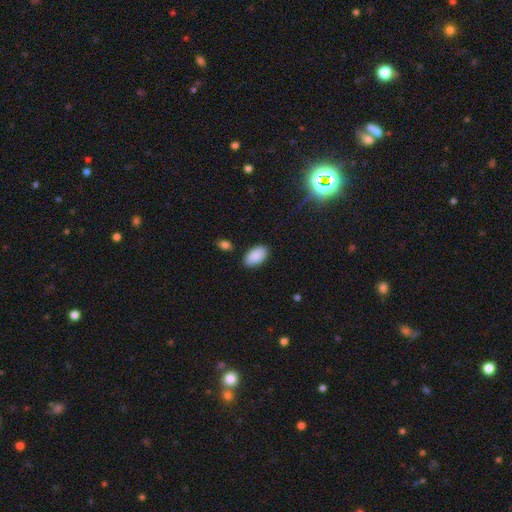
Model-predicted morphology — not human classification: This appears to be a smooth galaxy with no disk features (90%) that is in between round and cigar-shaped (94%). Merging: none (86%).